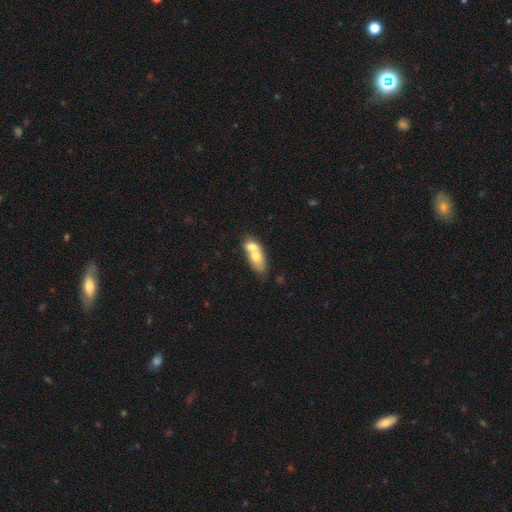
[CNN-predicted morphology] Overall: smooth (62%; featured or disk 31%). How rounded: in between (74%). Merging: merger (67%).